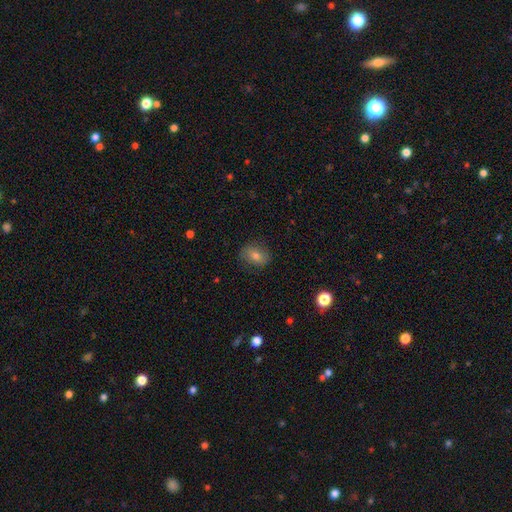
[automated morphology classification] type=smooth (65%); roundness=in between (62%); merging=none (83%).